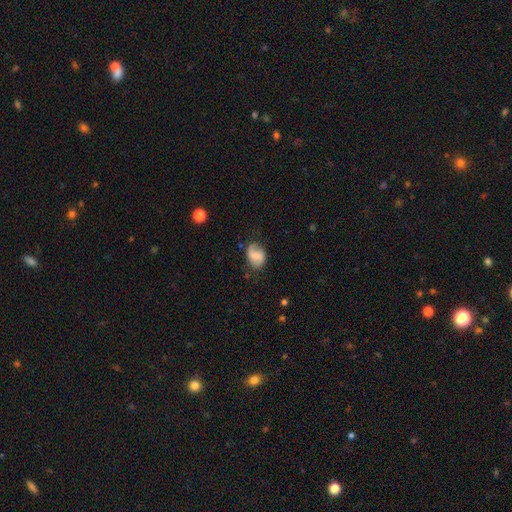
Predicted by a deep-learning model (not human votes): This appears to be a smooth galaxy with no disk features (50%). Merging: none (64%).